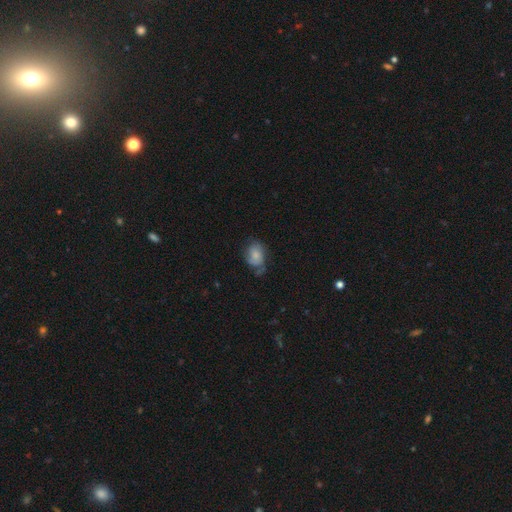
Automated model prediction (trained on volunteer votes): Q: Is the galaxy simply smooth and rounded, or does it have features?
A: smooth — 61%.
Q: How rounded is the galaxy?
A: in between — 71%.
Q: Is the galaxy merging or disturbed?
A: none — 44%.